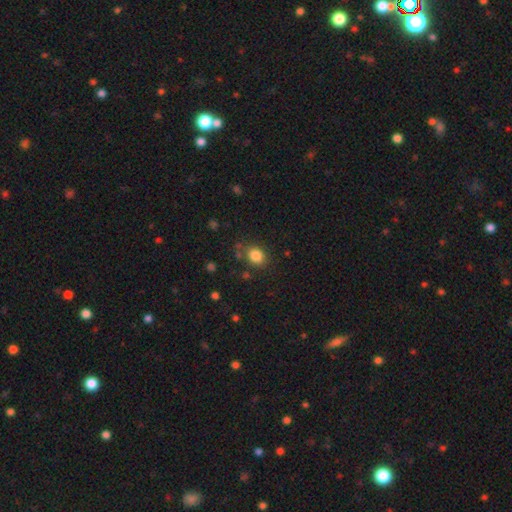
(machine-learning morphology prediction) A smooth galaxy with no disk features (83%) that is round (56%).

Vote fractions:
- Smooth or featured? smooth: 83% / star or artifact: 11% / featured or disk: 6%
- How rounded? round: 56% / in between: 44% / cigar-shaped: 1%
- Merging? none: 78% / minor disturbance: 13% / merger: 5% / major disturbance: 4%